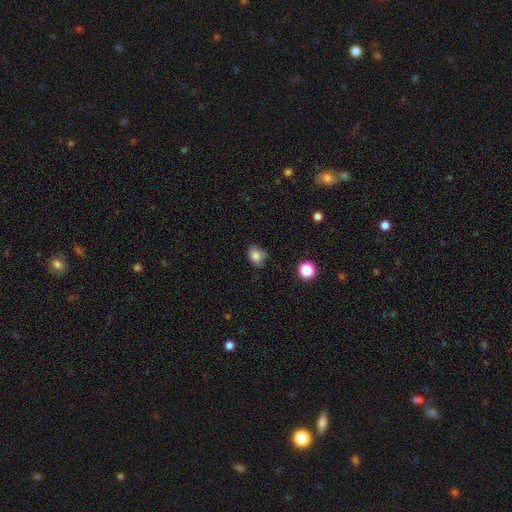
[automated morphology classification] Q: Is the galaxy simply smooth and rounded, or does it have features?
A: smooth — 82%.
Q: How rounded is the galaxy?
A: in between — 55%.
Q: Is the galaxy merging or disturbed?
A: none — 65%.